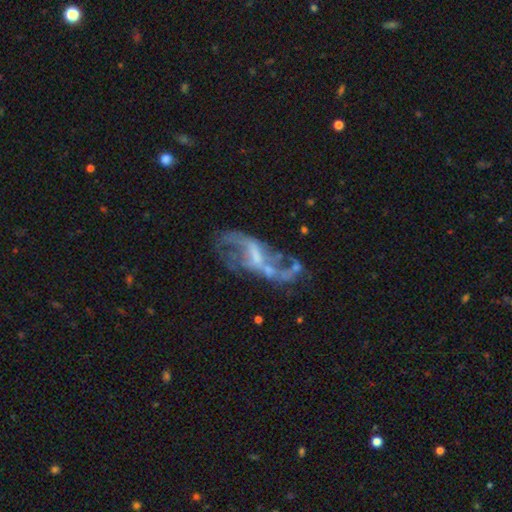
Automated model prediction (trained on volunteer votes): featured or disk 81%, smooth 10%, star or artifact 9%. Down the decision tree: edge-on disk — no (94%); bar — weak (45%); spiral arms — yes (78%); spiral arm count — 2 (72%); spiral winding — loose (71%); bulge size — small (37%); merging — none (45%).